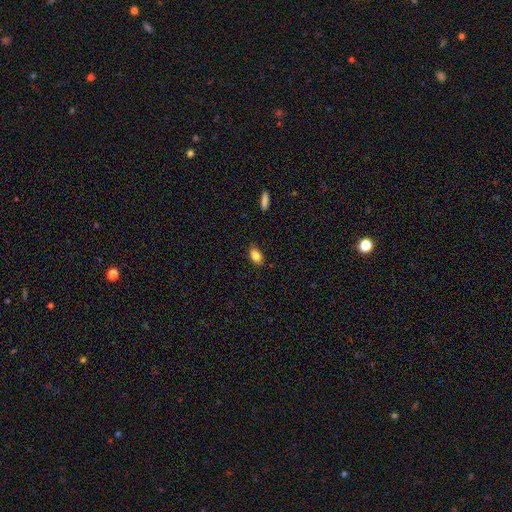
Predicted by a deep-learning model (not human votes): The model was most divided on "merging": none: 84%, minor disturbance: 13%, major disturbance: 2%, merger: 1%. More confident: how rounded — in between (86%); smooth or featured — smooth (85%).